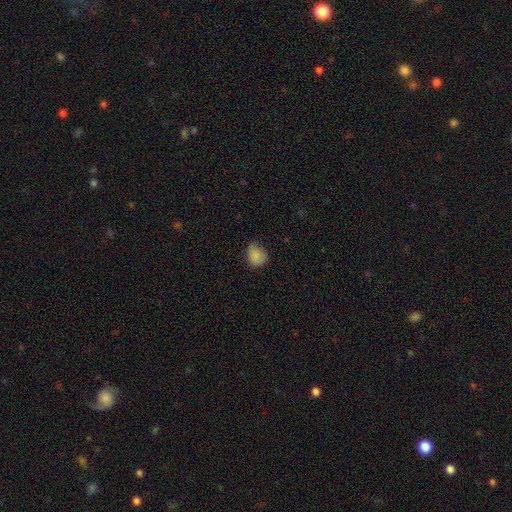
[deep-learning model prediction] Overall: smooth (84%). How rounded: round (55%; in between 44%). Merging: none (56%; minor disturbance 35%).